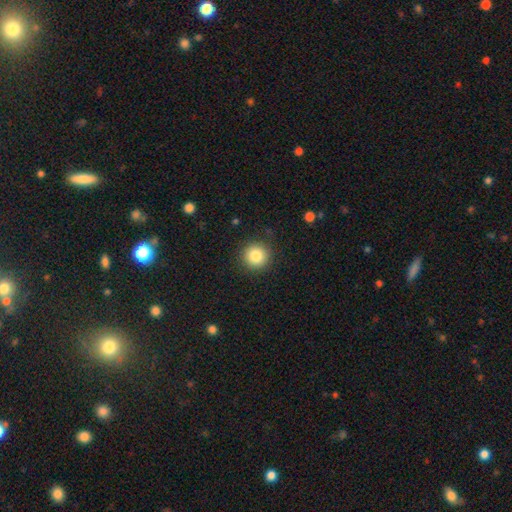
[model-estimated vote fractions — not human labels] Overall: smooth (84%). How rounded: round (94%). Merging: none (90%).